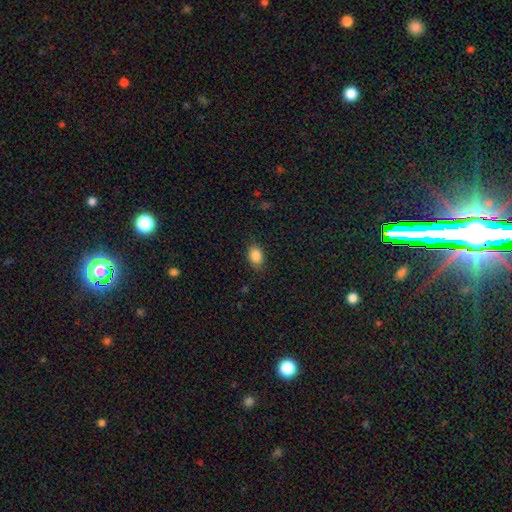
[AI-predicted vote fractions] A smooth galaxy with no disk features (87%) that is in between round and cigar-shaped (76%).

Vote fractions:
- Smooth or featured? smooth: 87% / star or artifact: 9% / featured or disk: 4%
- How rounded? in between: 76% / round: 22% / cigar-shaped: 1%
- Merging? none: 85% / minor disturbance: 11% / major disturbance: 3% / merger: 1%